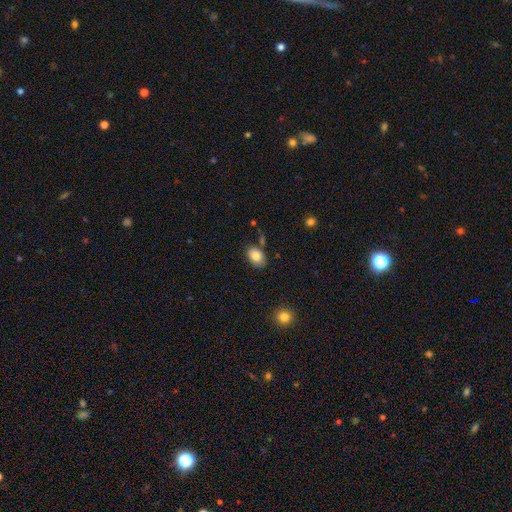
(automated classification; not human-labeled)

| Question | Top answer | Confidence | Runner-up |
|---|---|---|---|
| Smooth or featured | smooth | 83% | featured or disk (9%) |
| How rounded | in between | 82% | round (17%) |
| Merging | none | 77% | minor disturbance (14%) |